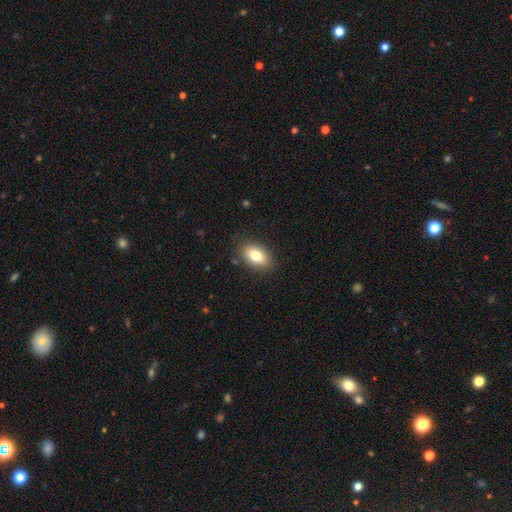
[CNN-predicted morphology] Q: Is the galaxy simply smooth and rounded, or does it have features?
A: smooth — 79%.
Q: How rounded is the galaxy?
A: in between — 88%.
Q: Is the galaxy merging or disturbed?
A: none — 86%.